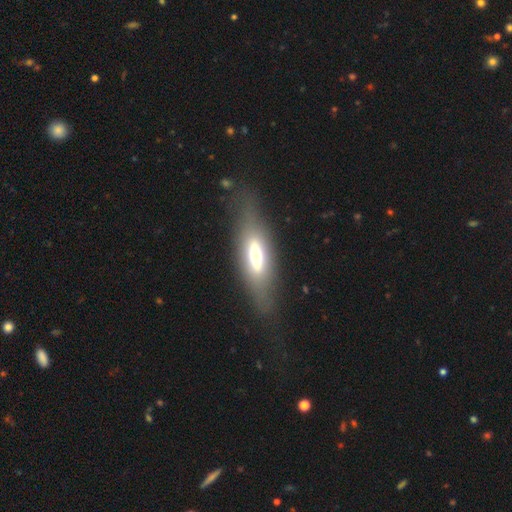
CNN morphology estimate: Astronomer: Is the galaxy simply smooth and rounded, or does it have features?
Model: smooth — 48% (runner-up: featured or disk, 43%).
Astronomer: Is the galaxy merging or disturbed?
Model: none — 69%.